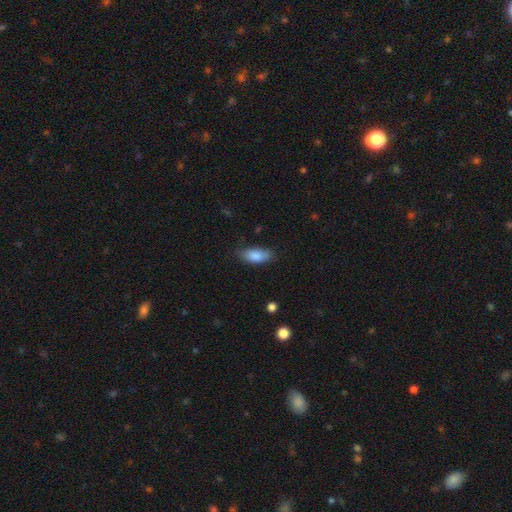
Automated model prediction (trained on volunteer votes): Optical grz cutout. It shows a smooth galaxy with no disk features (86%) that is in between round and cigar-shaped (86%). Merging: none (71%).